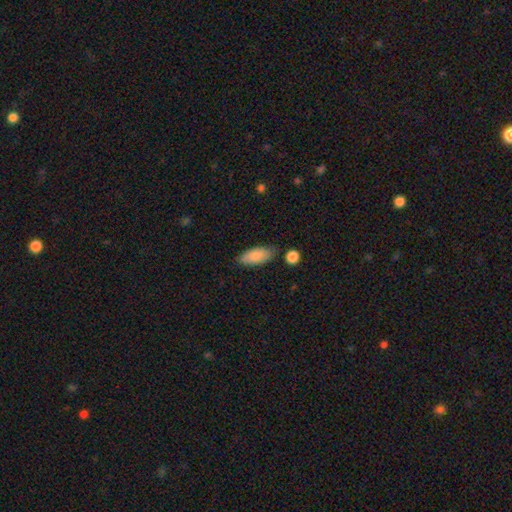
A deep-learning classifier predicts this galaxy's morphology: Q: Smooth or featured?
A: smooth (83%); runner-up: featured or disk (10%)
Q: How rounded?
A: in between (86%); runner-up: cigar-shaped (12%)
Q: Merging?
A: none (74%); runner-up: minor disturbance (19%)